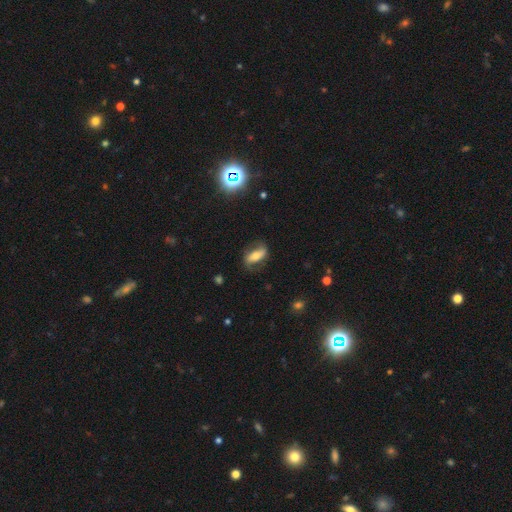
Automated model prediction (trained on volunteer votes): Q: Smooth or featured?
A: featured or disk (57%); runner-up: smooth (34%)
Q: Edge-on disk?
A: no (85%); runner-up: yes (15%)
Q: Merging?
A: none (71%); runner-up: minor disturbance (18%)